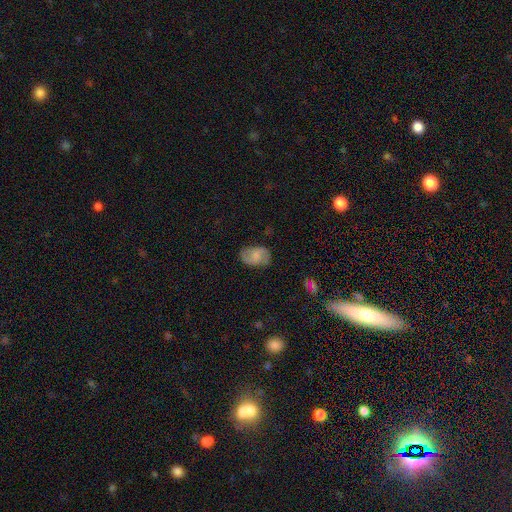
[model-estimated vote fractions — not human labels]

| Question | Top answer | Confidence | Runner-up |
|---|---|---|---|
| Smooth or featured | featured or disk | 47% | smooth (45%) |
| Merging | none | 76% | minor disturbance (17%) |